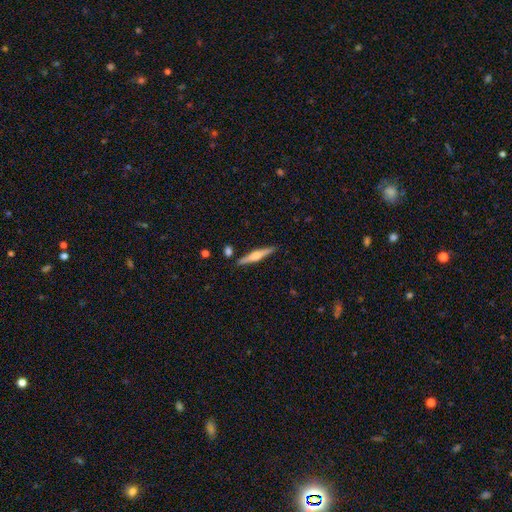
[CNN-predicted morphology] Smooth or featured? featured or disk (67%)
Edge-on disk? yes (98%)
Edge-on bulge? rounded (85%)
Merging? none (88%)